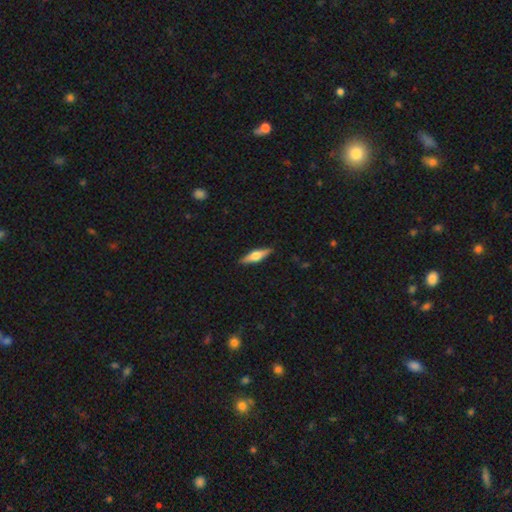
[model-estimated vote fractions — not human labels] smooth-or-featured: featured or disk: 57% | smooth: 37% | star or artifact: 6%
  disk-edge-on: yes: 96% | no: 4%
    edge-on-bulge: rounded: 91% | boxy: 6% | none: 2%
  merging: none: 90% | minor disturbance: 8% | major disturbance: 2% | merger: 1%